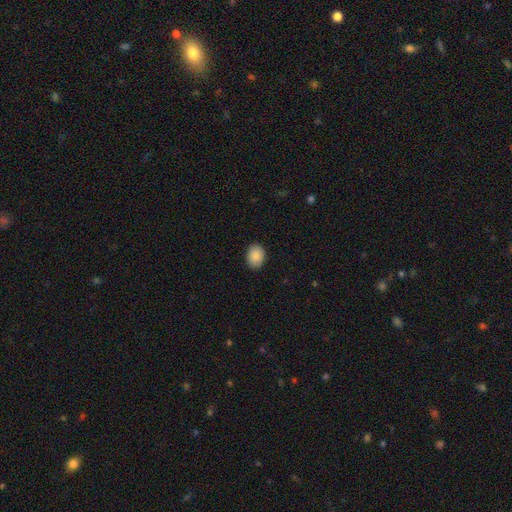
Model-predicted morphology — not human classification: Smooth or featured? Predicted: smooth (p=0.88). How rounded? Predicted: in between (p=0.67). Merging? Predicted: none (p=0.90).